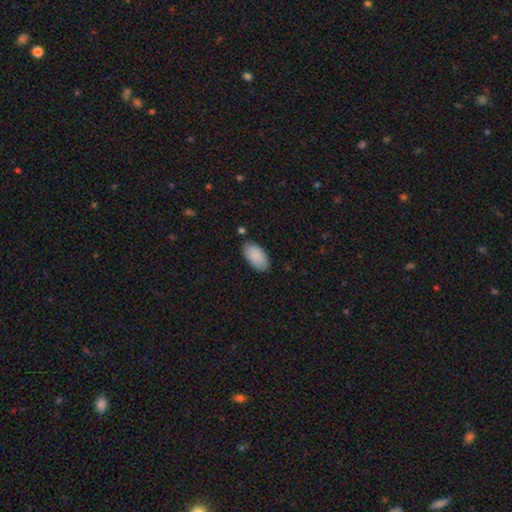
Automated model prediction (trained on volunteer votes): smooth-or-featured: smooth: 90% | star or artifact: 6% | featured or disk: 4%
  how-rounded: in between: 95% | cigar-shaped: 3% | round: 2%
  merging: none: 83% | minor disturbance: 13% | major disturbance: 2% | merger: 2%